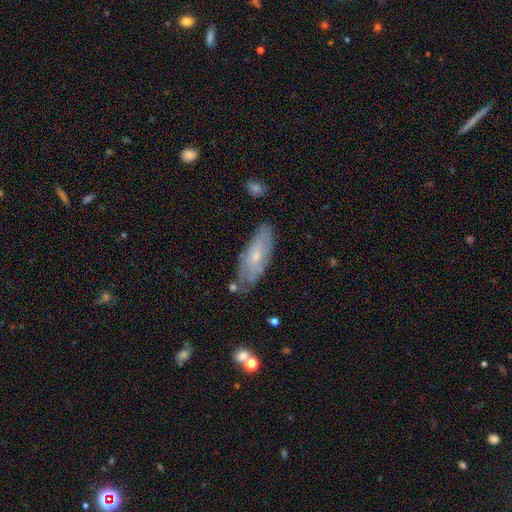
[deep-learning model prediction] Morphology: type=smooth (48%); merging=none (65%).